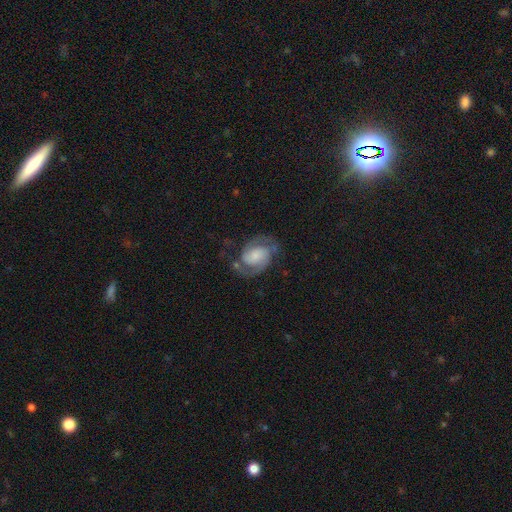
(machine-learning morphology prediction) smooth-or-featured: featured or disk: 83% | smooth: 10% | star or artifact: 6%
  disk-edge-on: no: 98% | yes: 2%
    bar: no: 60% | weak: 31% | strong: 9%
    has-spiral-arms: yes: 96% | no: 4%
      spiral-winding: medium: 52% | tight: 30% | loose: 18%
      spiral-arm-count: 2: 92% | can't tell: 3% | 1: 2% | 3: 1% | 4: 1% | more than 4: 1%
    bulge-size: small: 40% | moderate: 24% | none: 18% | large: 14% | dominant: 4%
  merging: none: 67% | minor disturbance: 18% | major disturbance: 12% | merger: 3%